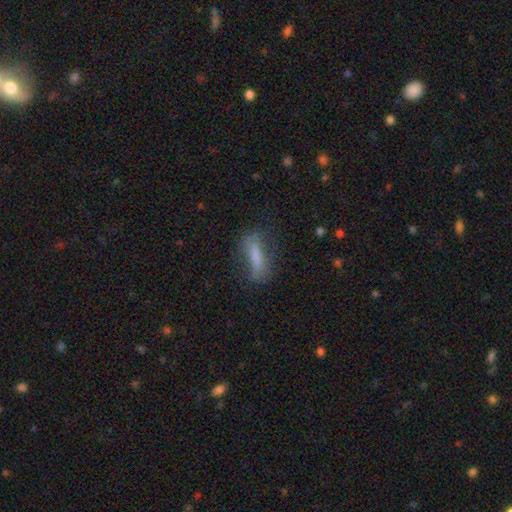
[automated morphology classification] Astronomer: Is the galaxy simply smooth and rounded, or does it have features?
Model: smooth — 64%.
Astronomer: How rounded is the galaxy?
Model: cigar-shaped — 65%.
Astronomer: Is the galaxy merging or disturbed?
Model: none — 67%.